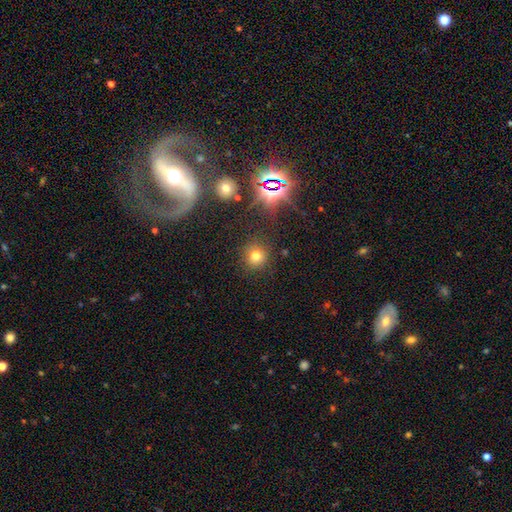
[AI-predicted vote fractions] A smooth galaxy with no disk features (70%) that is round (91%). Merging: none (85%).